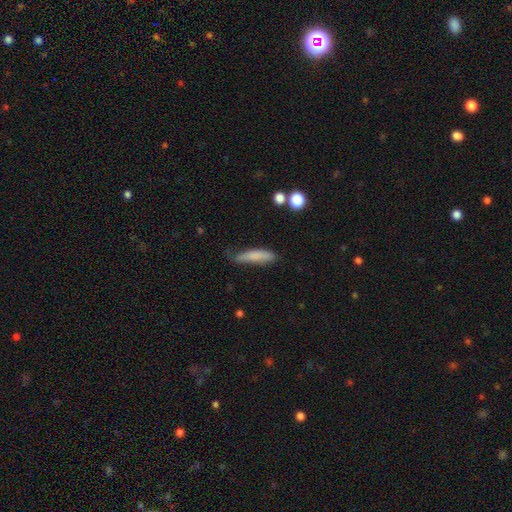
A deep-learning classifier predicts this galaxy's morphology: Smooth or featured?
  - smooth: 78% *
  - featured or disk: 14%
  - star or artifact: 7%
How rounded?
  - cigar-shaped: 79% *
  - in between: 19%
  - round: 2%
Merging?
  - none: 62% *
  - minor disturbance: 28%
  - major disturbance: 7%
  - merger: 3%